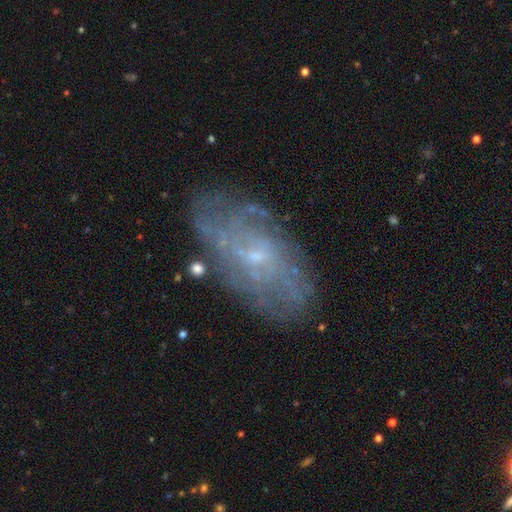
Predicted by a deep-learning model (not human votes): A featured or disk galaxy (72%) with no bar (58%), tight (54%) spiral arms (78%) and a small central bulge (78%). Merging: none (77%).